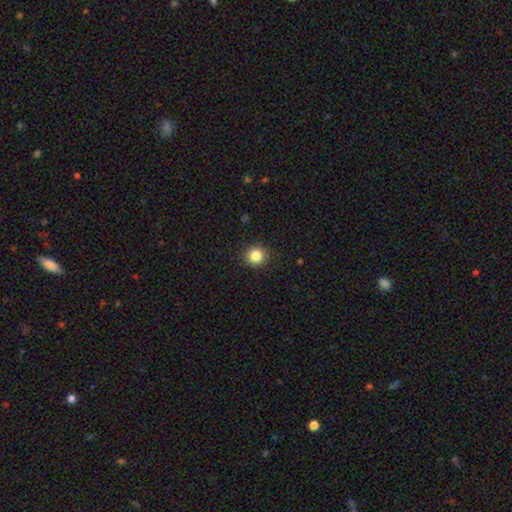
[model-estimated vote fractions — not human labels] Smooth or featured? Predicted: smooth (p=0.84). How rounded? Predicted: round (p=0.92). Merging? Predicted: none (p=0.92).